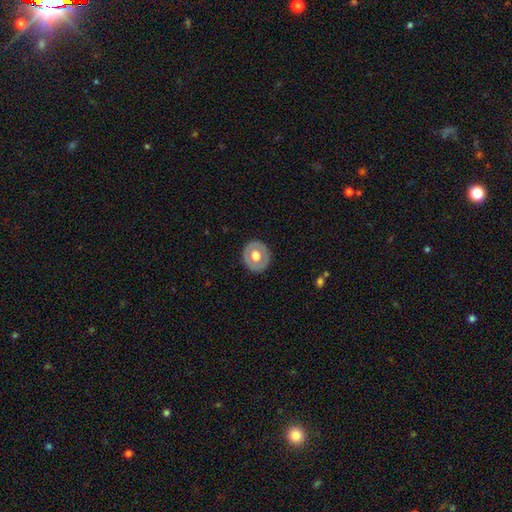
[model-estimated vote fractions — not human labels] Overall: smooth (53%; featured or disk 42%). How rounded: round (84%). Merging: none (88%).